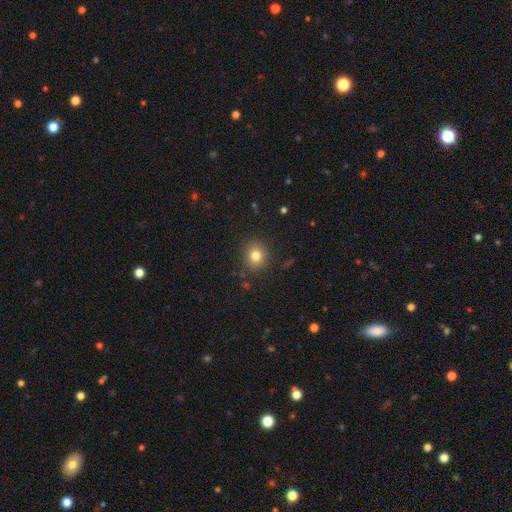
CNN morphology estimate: Smooth or featured? smooth (80%)
How rounded? round (80%)
Merging? none (88%)